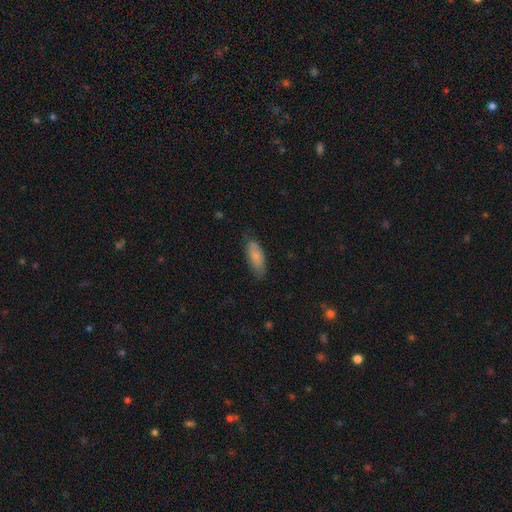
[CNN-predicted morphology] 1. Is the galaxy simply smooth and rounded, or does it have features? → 78% smooth, 16% featured or disk, 6% star or artifact.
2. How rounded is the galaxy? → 73% in between, 25% cigar-shaped, 2% round.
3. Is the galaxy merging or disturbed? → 74% none, 21% minor disturbance, 4% major disturbance, 1% merger.